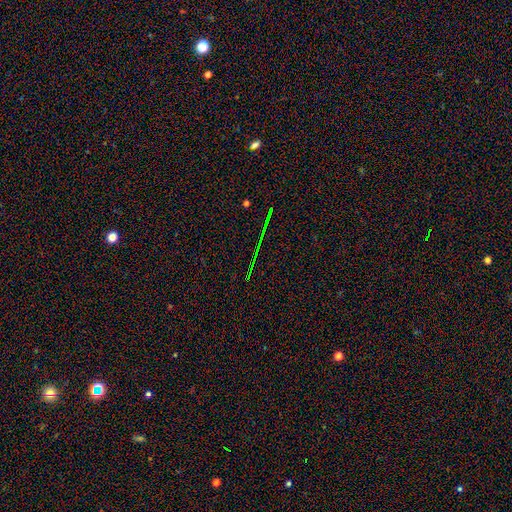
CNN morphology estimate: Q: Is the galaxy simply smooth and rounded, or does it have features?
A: star or artifact — 80%.